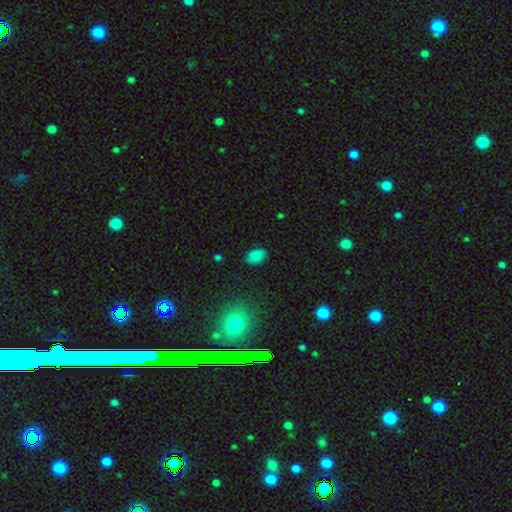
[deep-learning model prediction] Smooth or featured? smooth (83%)
How rounded? in between (86%)
Merging? none (80%)